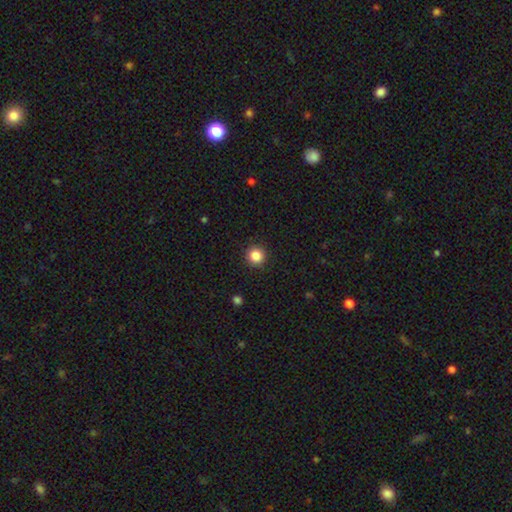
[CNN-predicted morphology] Smooth or featured? smooth (85%)
How rounded? round (95%)
Merging? none (92%)